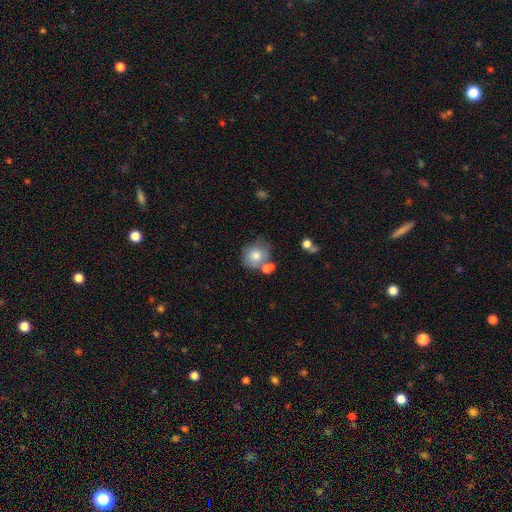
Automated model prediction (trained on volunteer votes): Q: Smooth or featured?
A: smooth (75%); runner-up: featured or disk (16%)
Q: How rounded?
A: round (80%); runner-up: in between (19%)
Q: Merging?
A: none (52%); runner-up: merger (24%)